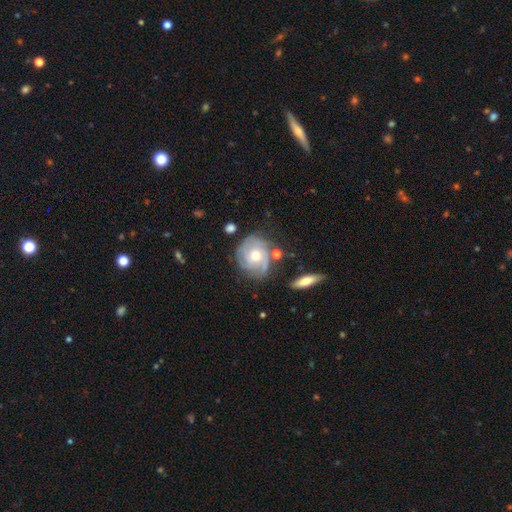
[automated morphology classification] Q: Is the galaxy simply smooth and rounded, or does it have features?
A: featured or disk — 76%.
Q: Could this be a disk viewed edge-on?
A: no — 96%.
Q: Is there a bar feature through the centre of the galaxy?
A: no — 74%.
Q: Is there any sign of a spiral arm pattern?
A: yes — 91%.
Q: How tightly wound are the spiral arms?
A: tight — 61%.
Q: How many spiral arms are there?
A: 3 — 31%.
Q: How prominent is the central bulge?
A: moderate — 73%.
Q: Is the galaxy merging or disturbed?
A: none — 66%.